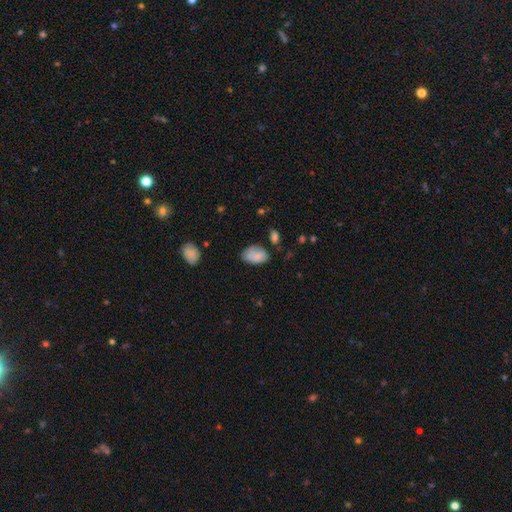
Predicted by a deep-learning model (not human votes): A smooth galaxy with no disk features (81%) that is in between round and cigar-shaped (90%). Merging: none (53%).